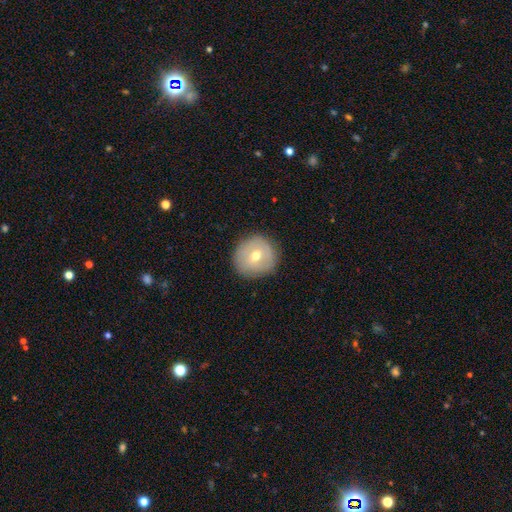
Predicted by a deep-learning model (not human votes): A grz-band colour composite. It shows a smooth galaxy with no disk features (51%) that is round (92%). Merging: none (84%).